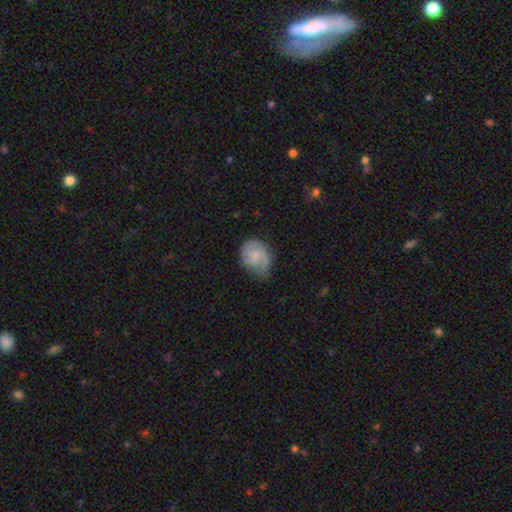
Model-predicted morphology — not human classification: Q: Smooth or featured?
A: featured or disk (55%); runner-up: smooth (38%)
Q: Edge-on disk?
A: no (98%); runner-up: yes (2%)
Q: Bar?
A: no (63%); runner-up: weak (33%)
Q: Spiral arms?
A: yes (89%); runner-up: no (11%)
Q: Bulge size?
A: none (36%); runner-up: small (34%)
Q: Merging?
A: none (55%); runner-up: minor disturbance (31%)